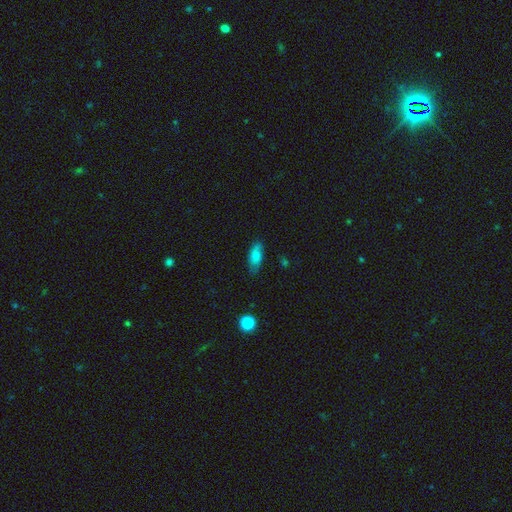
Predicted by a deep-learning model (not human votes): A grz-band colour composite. It shows a smooth galaxy with no disk features (75%) that is in between round and cigar-shaped (79%). Merging: none (73%).